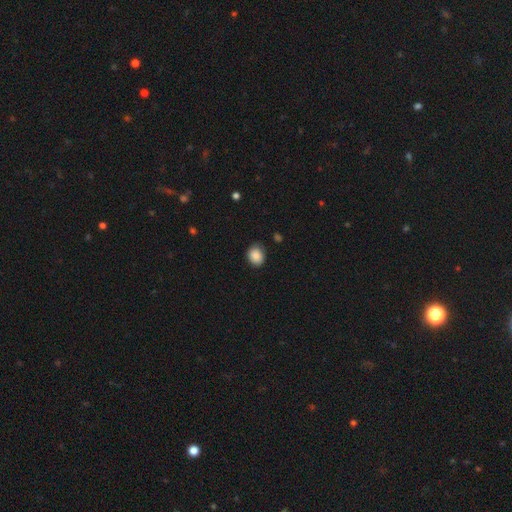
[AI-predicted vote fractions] smooth-or-featured: smooth: 87% | star or artifact: 8% | featured or disk: 4%
  how-rounded: round: 56% | in between: 44% | cigar-shaped: 1%
  merging: none: 79% | minor disturbance: 17% | major disturbance: 3% | merger: 1%